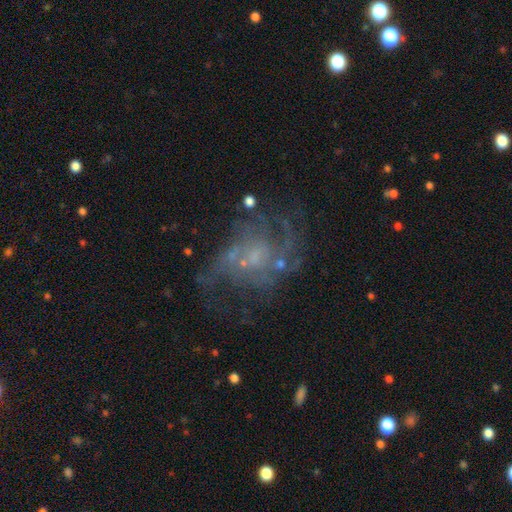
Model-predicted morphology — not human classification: Q: Smooth or featured?
A: featured or disk (75%); runner-up: star or artifact (13%)
Q: Edge-on disk?
A: no (97%); runner-up: yes (3%)
Q: Bar?
A: no (66%); runner-up: weak (29%)
Q: Spiral arms?
A: yes (76%); runner-up: no (24%)
Q: Spiral winding?
A: medium (43%); runner-up: loose (37%)
Q: Spiral arm count?
A: can't tell (33%); runner-up: 2 (32%)
Q: Bulge size?
A: small (45%); runner-up: none (33%)
Q: Merging?
A: none (49%); runner-up: major disturbance (27%)